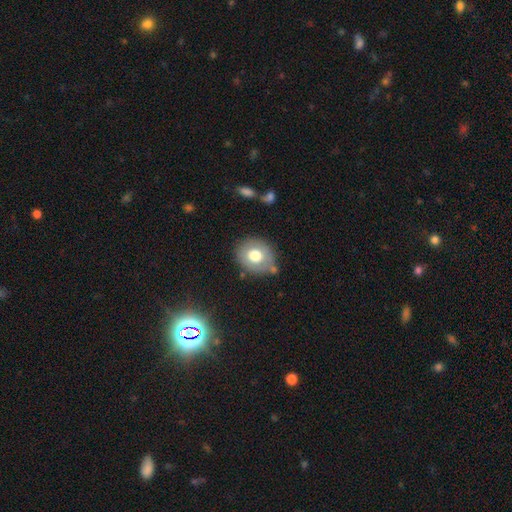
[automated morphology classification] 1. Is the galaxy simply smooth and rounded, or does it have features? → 64% smooth, 23% featured or disk, 13% star or artifact.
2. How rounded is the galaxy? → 75% round, 24% in between, 1% cigar-shaped.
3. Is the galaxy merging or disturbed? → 76% none, 16% minor disturbance, 4% major disturbance, 4% merger.